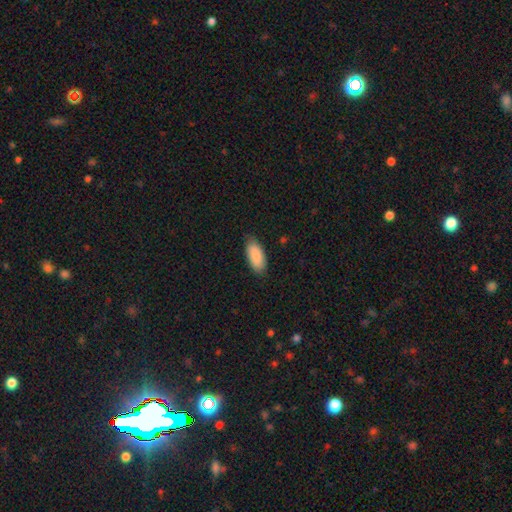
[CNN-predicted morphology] smooth-or-featured: smooth: 90% | star or artifact: 6% | featured or disk: 5%
  how-rounded: in between: 88% | cigar-shaped: 10% | round: 2%
  merging: none: 81% | minor disturbance: 16% | major disturbance: 3% | merger: 1%